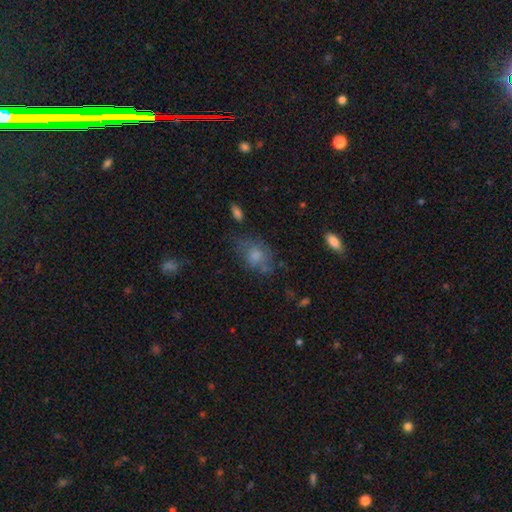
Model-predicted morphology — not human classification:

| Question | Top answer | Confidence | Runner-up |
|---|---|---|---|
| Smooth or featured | smooth | 68% | featured or disk (21%) |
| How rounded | in between | 72% | round (26%) |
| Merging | none | 48% | minor disturbance (28%) |